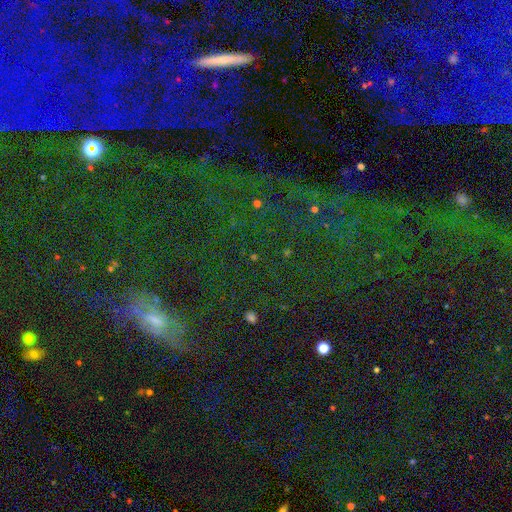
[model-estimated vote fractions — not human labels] Smooth or featured: star or artifact — 59% (smooth — 25%)